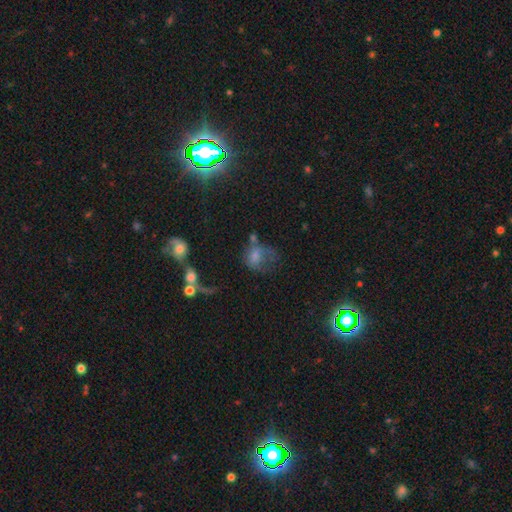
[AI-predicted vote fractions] Smooth or featured?
  - smooth: 57% *
  - featured or disk: 28%
  - star or artifact: 15%
How rounded?
  - in between: 57% *
  - round: 41%
  - cigar-shaped: 2%
Merging?
  - major disturbance: 42% *
  - none: 22%
  - minor disturbance: 19%
  - merger: 17%